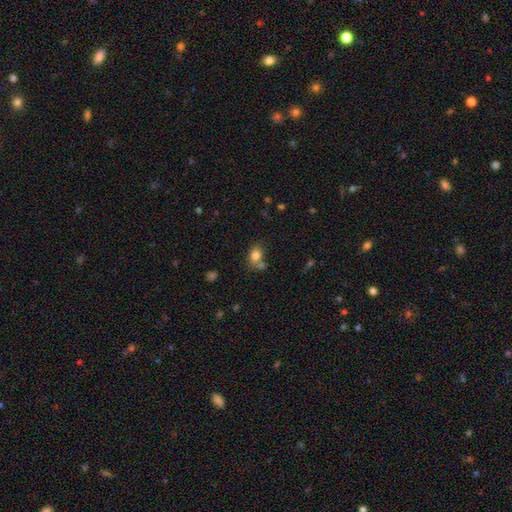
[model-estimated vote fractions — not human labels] This is likely a smooth galaxy (80%). How rounded: possibly in between (58%). Merging: possibly none (52%).